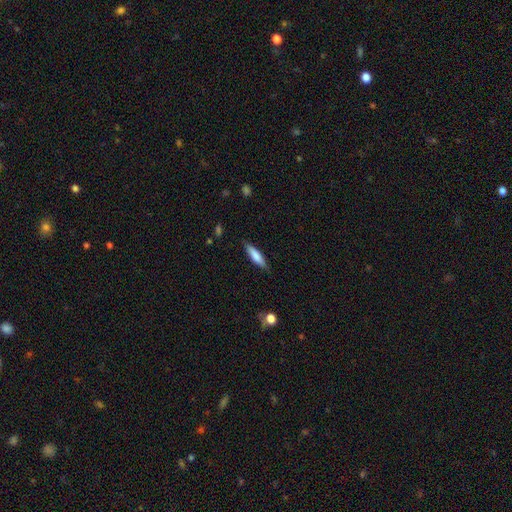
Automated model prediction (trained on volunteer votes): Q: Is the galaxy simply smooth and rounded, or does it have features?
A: smooth — 77%.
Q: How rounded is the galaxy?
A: cigar-shaped — 71%.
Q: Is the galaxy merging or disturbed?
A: none — 84%.